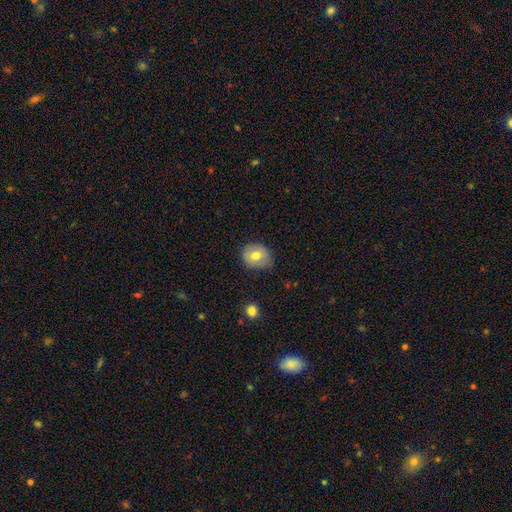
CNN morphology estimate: The model was most divided on "how rounded": round: 67%, in between: 32%, cigar-shaped: 1%. More confident: merging — none (76%); smooth or featured — smooth (72%).